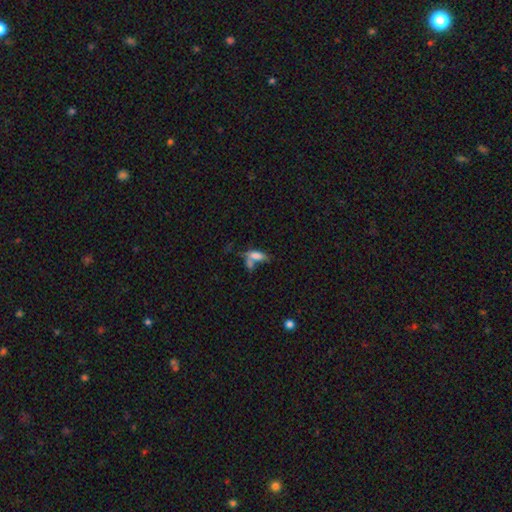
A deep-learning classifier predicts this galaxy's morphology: smooth-or-featured: smooth: 70% | featured or disk: 19% | star or artifact: 11%
  how-rounded: in between: 73% | cigar-shaped: 23% | round: 4%
  merging: merger: 45% | none: 31% | minor disturbance: 13% | major disturbance: 11%